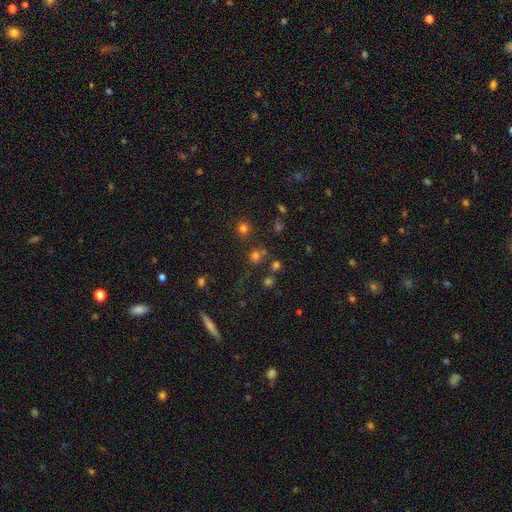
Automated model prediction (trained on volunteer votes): A smooth galaxy with no disk features (63%) that is round (86%). Merging: none (72%).